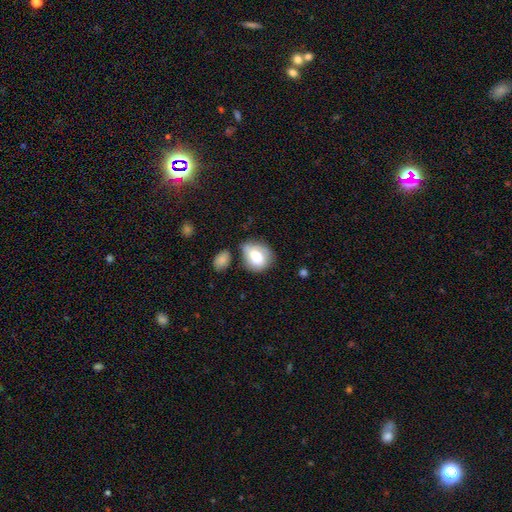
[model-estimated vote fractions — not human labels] Overall: smooth (70%). How rounded: round (53%; in between 46%). Merging: none (50%; minor disturbance 29%).